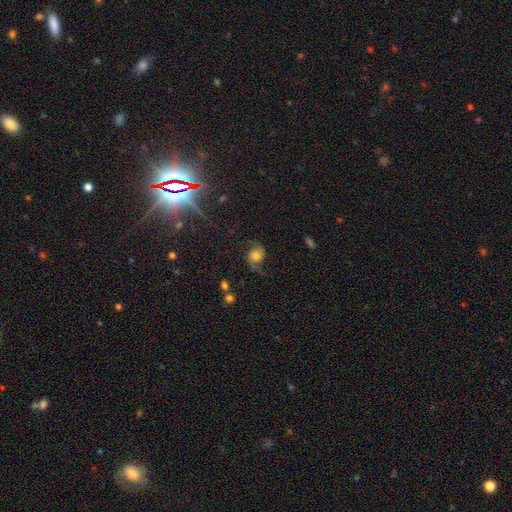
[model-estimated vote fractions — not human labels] Overall: featured or disk (76%). Edge-on disk: no (98%). Bar: no (73%). Spiral arms: yes (96%). Spiral arm count: 2 (93%). Spiral winding: loose (54%; medium 37%). Bulge size: moderate (45%; large 27%). Merging: none (75%).